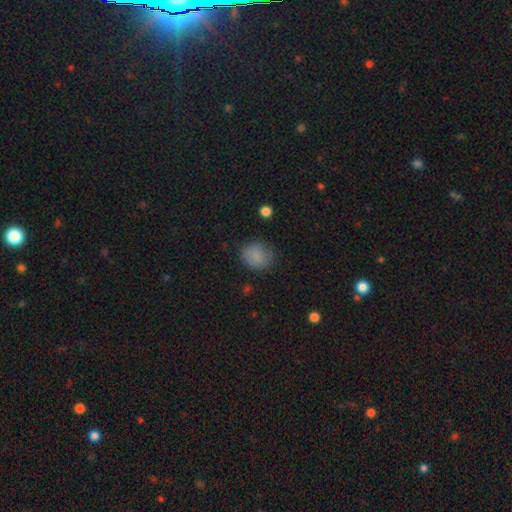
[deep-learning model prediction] This is clearly a smooth galaxy (84%). How rounded: likely round (78%). Merging: likely none (78%).